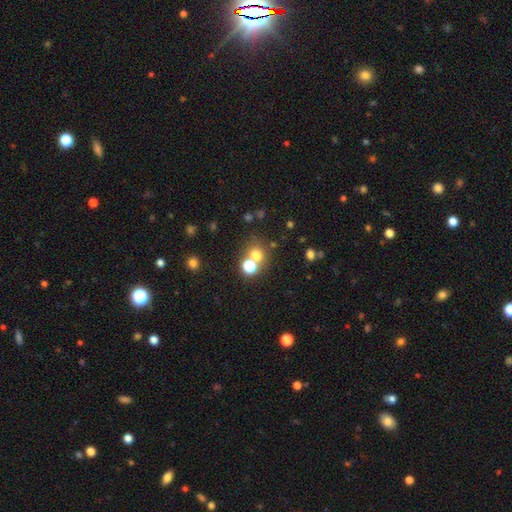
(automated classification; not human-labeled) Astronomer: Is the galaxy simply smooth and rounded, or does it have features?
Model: smooth — 66%.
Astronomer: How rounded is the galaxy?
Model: round — 84%.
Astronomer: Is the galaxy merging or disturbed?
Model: none — 60%.